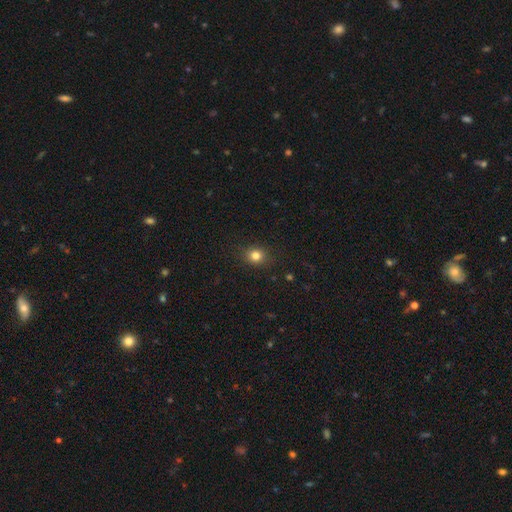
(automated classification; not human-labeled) This appears to be a smooth galaxy with no disk features (81%) that is round (73%). Merging: none (88%).